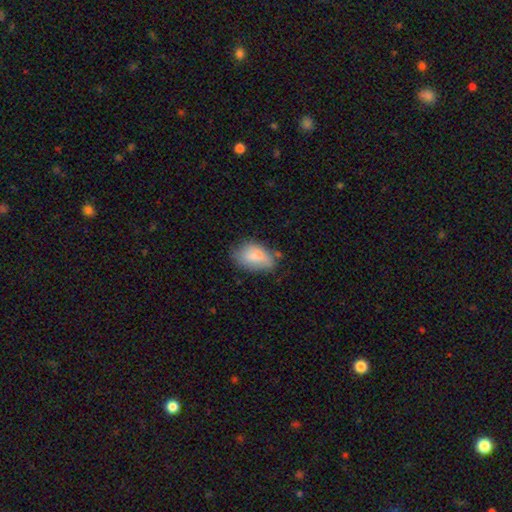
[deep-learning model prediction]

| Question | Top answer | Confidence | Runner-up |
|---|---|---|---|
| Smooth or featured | smooth | 76% | featured or disk (16%) |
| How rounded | in between | 90% | round (8%) |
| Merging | none | 53% | minor disturbance (31%) |